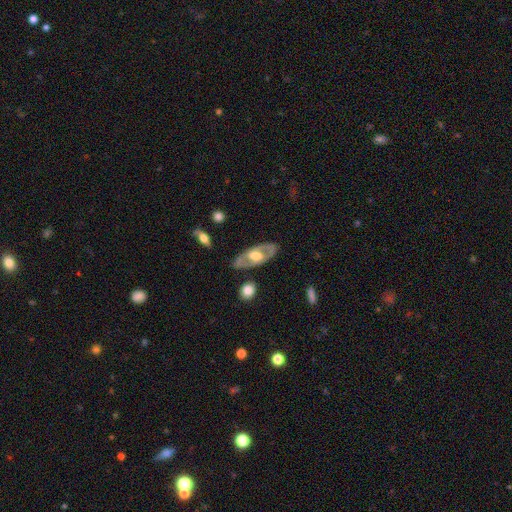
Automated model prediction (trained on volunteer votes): smooth_or_featured: featured or disk (p=0.67) [alt: smooth p=0.28]
disk_edge_on: no (p=0.83) [alt: yes p=0.17]
bar: no (p=0.53) [alt: weak p=0.32]
has_spiral_arms: no (p=0.61) [alt: yes p=0.39]
bulge_size: moderate (p=0.60) [alt: large p=0.26]
merging: none (p=0.79) [alt: minor disturbance p=0.14]